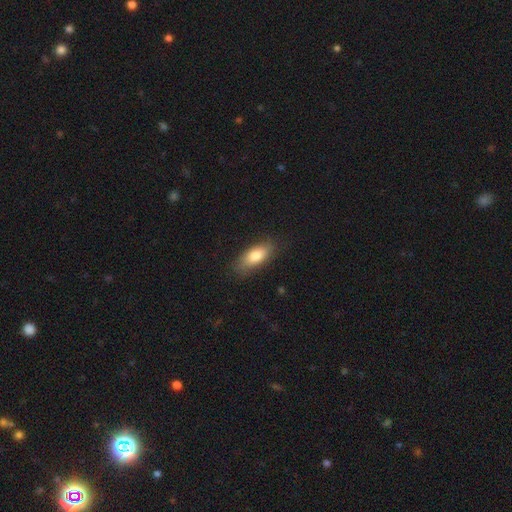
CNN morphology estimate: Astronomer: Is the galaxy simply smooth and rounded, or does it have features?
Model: smooth — 79%.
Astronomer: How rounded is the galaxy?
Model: in between — 79%.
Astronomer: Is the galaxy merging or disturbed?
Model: none — 82%.